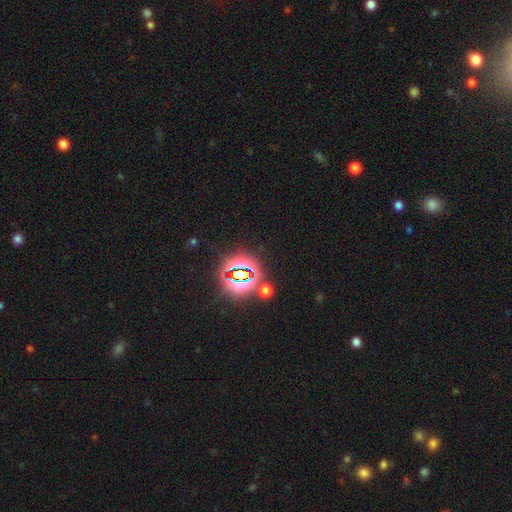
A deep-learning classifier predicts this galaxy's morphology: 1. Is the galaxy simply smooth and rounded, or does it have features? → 83% star or artifact, 10% smooth, 7% featured or disk.